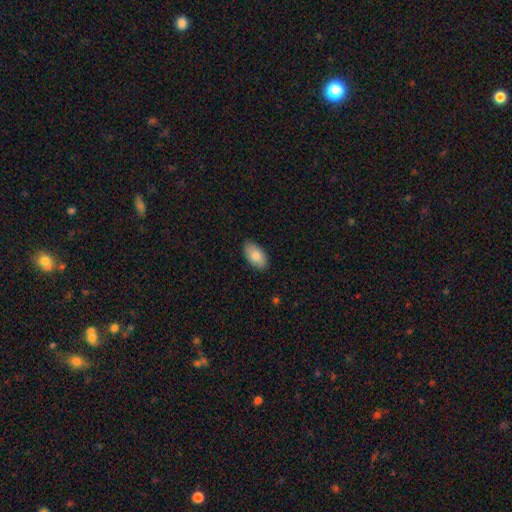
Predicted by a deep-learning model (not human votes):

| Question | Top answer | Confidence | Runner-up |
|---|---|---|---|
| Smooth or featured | smooth | 84% | featured or disk (10%) |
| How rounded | in between | 95% | round (3%) |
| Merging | none | 87% | minor disturbance (10%) |